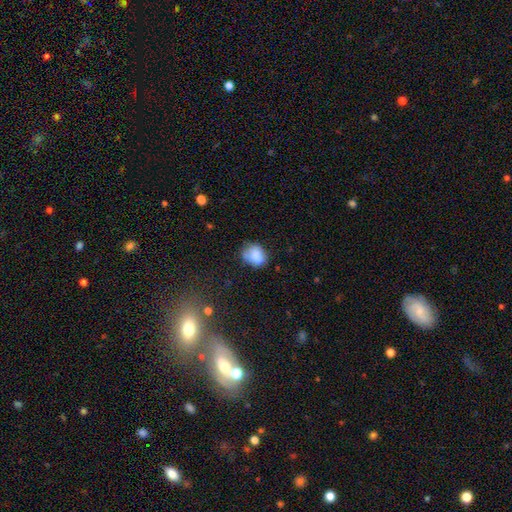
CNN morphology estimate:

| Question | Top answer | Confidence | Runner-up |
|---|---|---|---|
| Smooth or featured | smooth | 74% | featured or disk (15%) |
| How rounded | in between | 52% | round (47%) |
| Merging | none | 50% | minor disturbance (29%) |